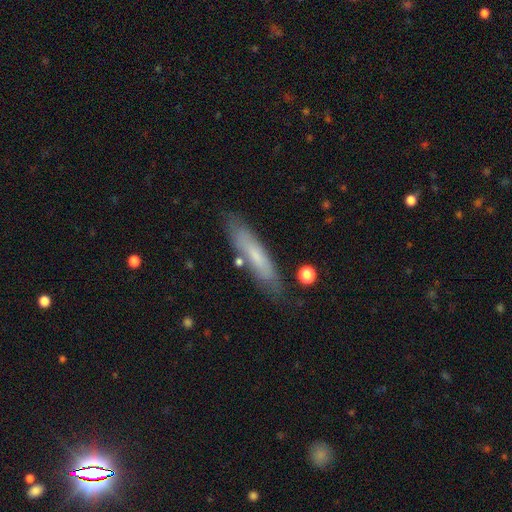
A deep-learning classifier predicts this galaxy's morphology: Smooth or featured? Predicted: smooth (p=0.60). How rounded? Predicted: cigar-shaped (p=0.81). Merging? Predicted: none (p=0.77).